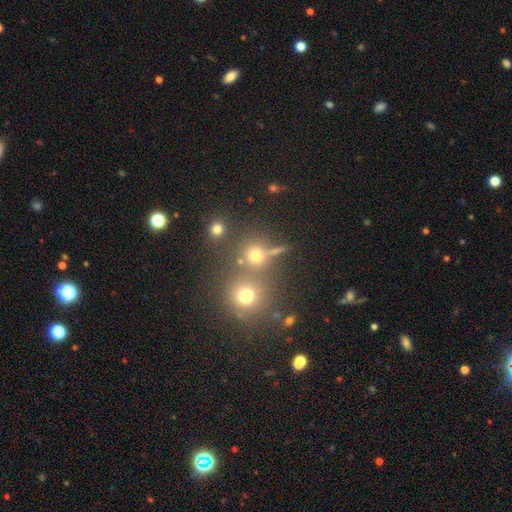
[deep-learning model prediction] smooth_or_featured: smooth (p=0.57) [alt: star or artifact p=0.31]
how_rounded: round (p=0.88) [alt: in between p=0.10]
merging: none (p=0.65) [alt: merger p=0.23]